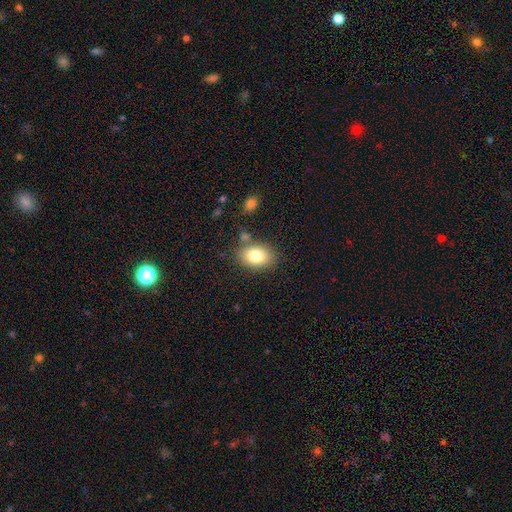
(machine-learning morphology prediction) This is clearly a smooth galaxy (80%). How rounded: clearly in between (82%). Merging: likely none (77%).